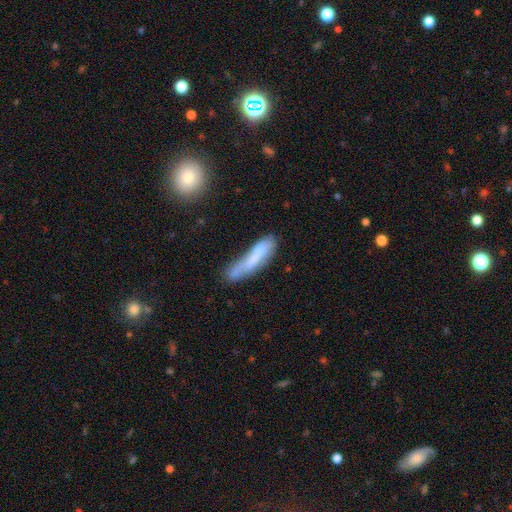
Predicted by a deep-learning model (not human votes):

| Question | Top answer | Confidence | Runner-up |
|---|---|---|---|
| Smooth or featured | smooth | 66% | featured or disk (27%) |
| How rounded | cigar-shaped | 75% | in between (23%) |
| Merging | none | 42% | minor disturbance (31%) |